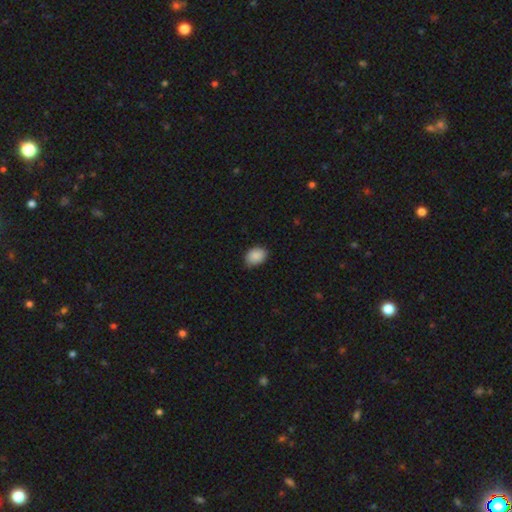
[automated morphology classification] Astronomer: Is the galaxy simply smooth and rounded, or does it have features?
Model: smooth — 89%.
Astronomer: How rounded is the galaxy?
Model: in between — 71%.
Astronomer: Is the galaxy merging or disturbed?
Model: none — 80%.